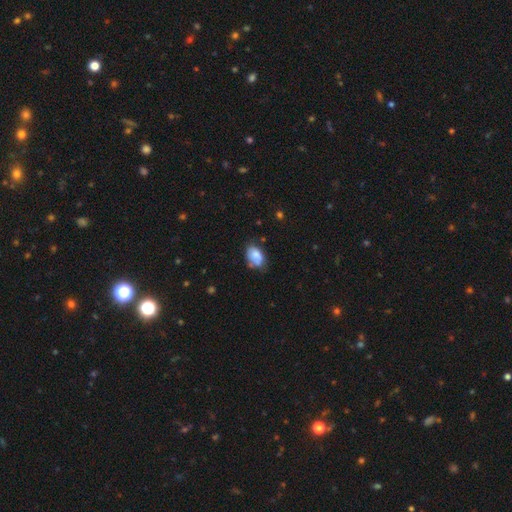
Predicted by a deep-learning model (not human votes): Smooth or featured? Predicted: smooth (p=0.72). How rounded? Predicted: in between (p=0.85). Merging? Predicted: none (p=0.48).